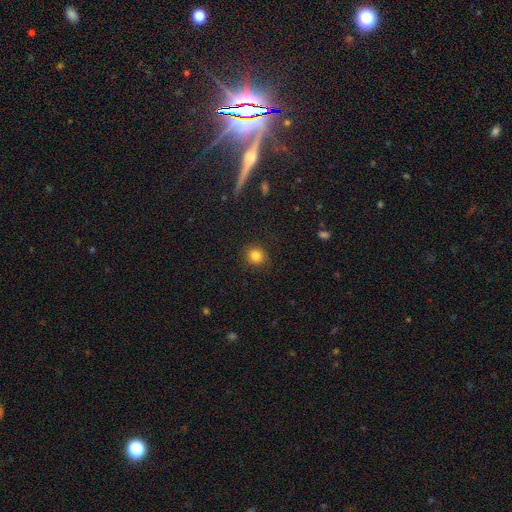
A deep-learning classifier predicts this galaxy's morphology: smooth-or-featured: smooth: 83% | star or artifact: 12% | featured or disk: 5%
  how-rounded: round: 87% | in between: 12% | cigar-shaped: 1%
  merging: none: 89% | minor disturbance: 7% | major disturbance: 2% | merger: 1%